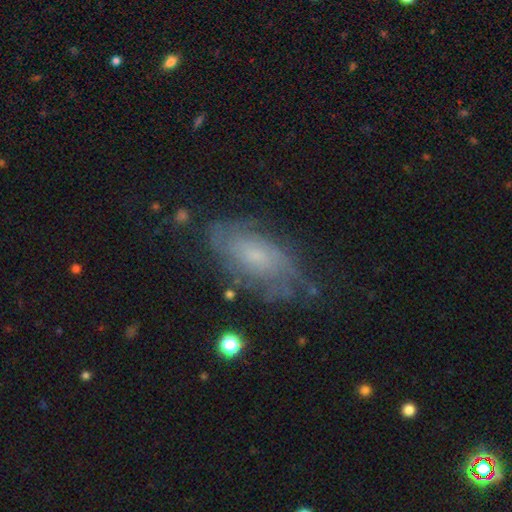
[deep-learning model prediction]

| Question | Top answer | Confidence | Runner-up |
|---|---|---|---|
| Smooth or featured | featured or disk | 65% | smooth (26%) |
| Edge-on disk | no | 91% | yes (9%) |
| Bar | no | 68% | weak (28%) |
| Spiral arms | yes | 84% | no (16%) |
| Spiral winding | tight | 54% | medium (34%) |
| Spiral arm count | can't tell | 54% | 2 (25%) |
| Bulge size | small | 56% | moderate (26%) |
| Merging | none | 69% | minor disturbance (20%) |